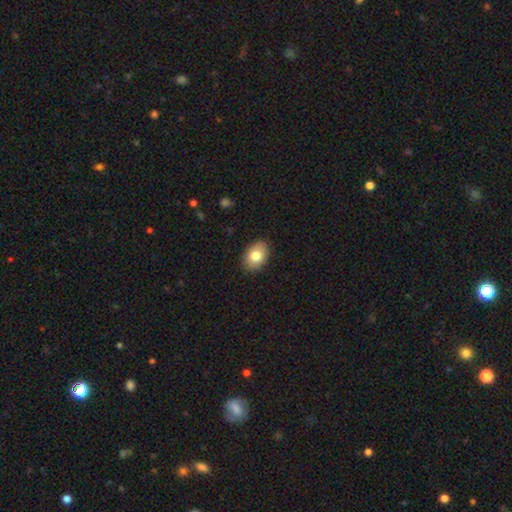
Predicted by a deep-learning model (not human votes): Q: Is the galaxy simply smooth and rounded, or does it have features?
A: smooth — 78%.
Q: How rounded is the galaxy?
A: in between — 82%.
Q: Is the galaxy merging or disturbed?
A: none — 87%.